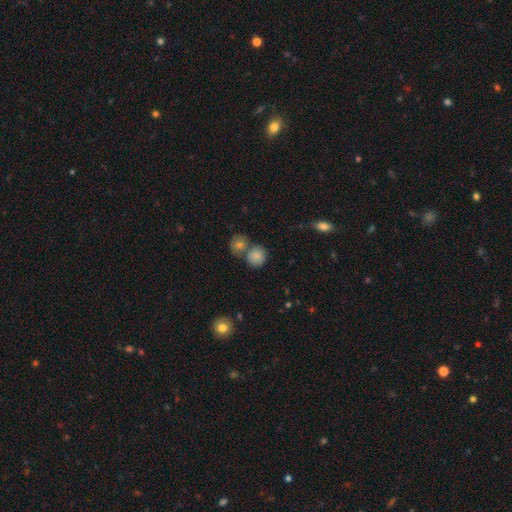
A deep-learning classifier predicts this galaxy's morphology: The model was most divided on "merging": none: 45%, merger: 39%, minor disturbance: 12%, major disturbance: 5%. More confident: smooth or featured — smooth (82%); how rounded — round (80%).